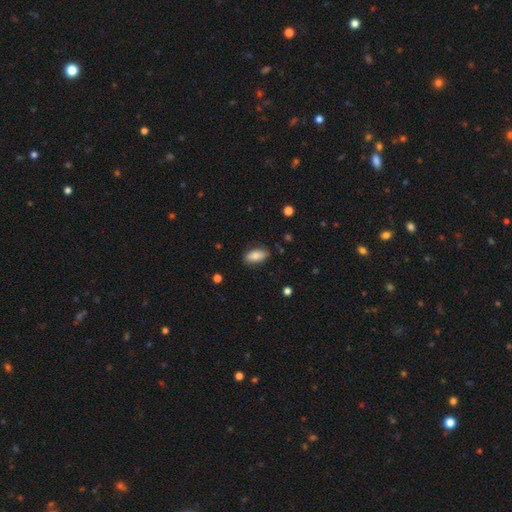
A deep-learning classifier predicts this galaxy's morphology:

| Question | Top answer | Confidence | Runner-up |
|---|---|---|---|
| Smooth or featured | smooth | 81% | featured or disk (12%) |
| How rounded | in between | 91% | cigar-shaped (6%) |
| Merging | none | 82% | minor disturbance (14%) |